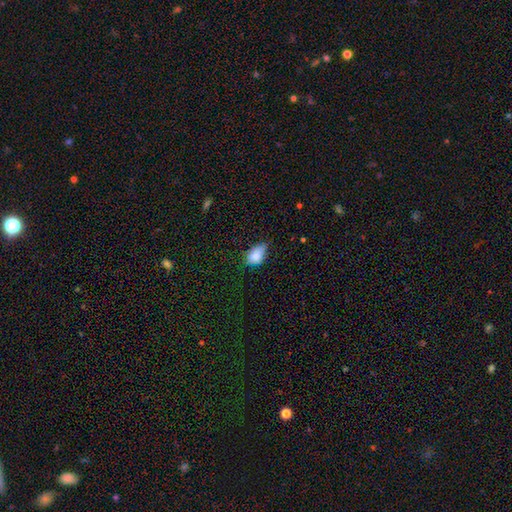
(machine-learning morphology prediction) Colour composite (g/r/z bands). It shows a smooth galaxy with no disk features (83%) that is in between round and cigar-shaped (86%). Merging: minor disturbance (46%).